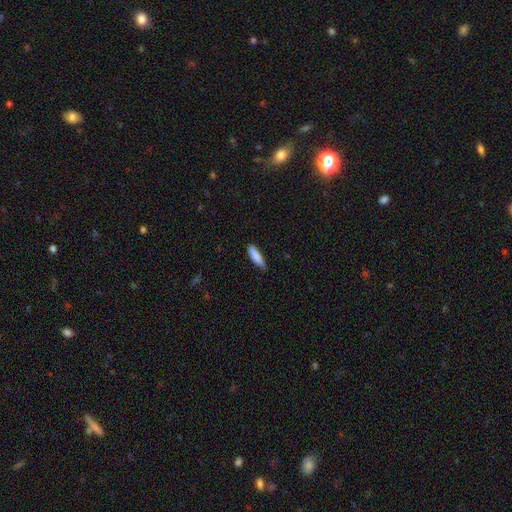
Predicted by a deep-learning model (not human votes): A smooth galaxy with no disk features (86%) that is cigar-shaped (65%).

Vote fractions:
- Smooth or featured? smooth: 86% / featured or disk: 8% / star or artifact: 6%
- How rounded? cigar-shaped: 65% / in between: 34% / round: 1%
- Merging? none: 73% / minor disturbance: 23% / major disturbance: 3% / merger: 1%